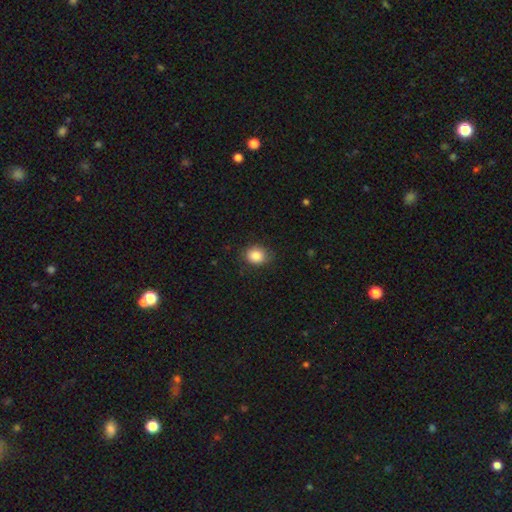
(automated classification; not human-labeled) This is clearly a smooth galaxy (86%). How rounded: likely round (65%). Merging: likely none (77%).